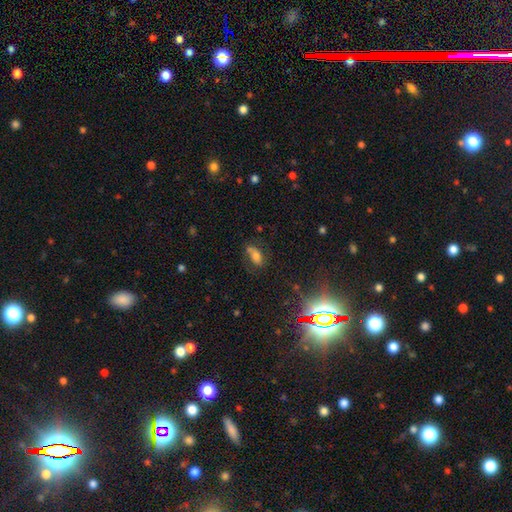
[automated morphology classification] A smooth galaxy with no disk features (51%) that is in between round and cigar-shaped (85%).

Vote fractions:
- Smooth or featured? smooth: 51% / featured or disk: 30% / star or artifact: 19%
- How rounded? in between: 85% / round: 10% / cigar-shaped: 5%
- Merging? none: 51% / minor disturbance: 24% / major disturbance: 19% / merger: 6%